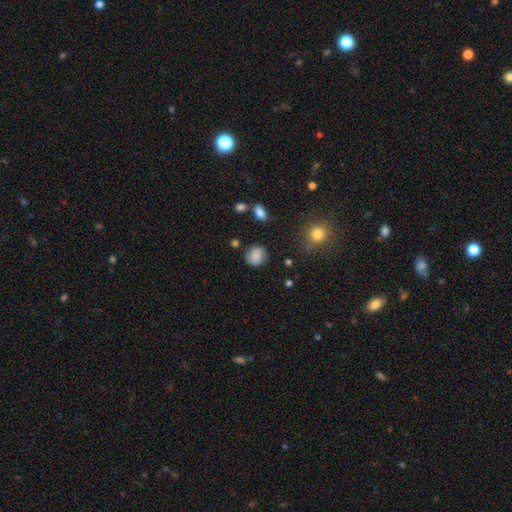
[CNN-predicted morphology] smooth-or-featured: smooth: 76% | featured or disk: 15% | star or artifact: 9%
  how-rounded: round: 78% | in between: 21% | cigar-shaped: 1%
  merging: none: 76% | minor disturbance: 16% | major disturbance: 5% | merger: 3%